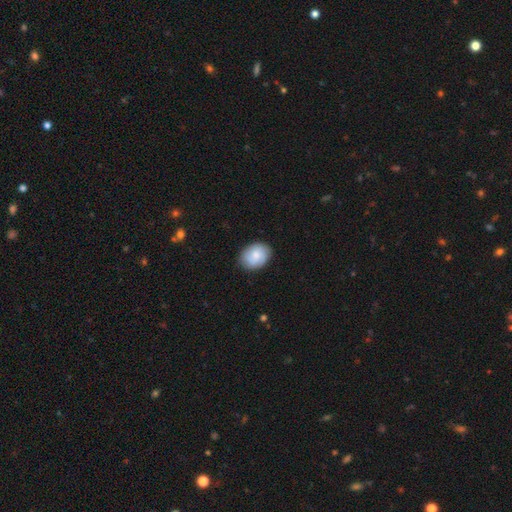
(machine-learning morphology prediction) A smooth galaxy with no disk features (77%) that is in between round and cigar-shaped (63%).

Vote fractions:
- Smooth or featured? smooth: 77% / featured or disk: 17% / star or artifact: 6%
- How rounded? in between: 63% / round: 36% / cigar-shaped: 1%
- Merging? none: 84% / minor disturbance: 13% / major disturbance: 2% / merger: 1%